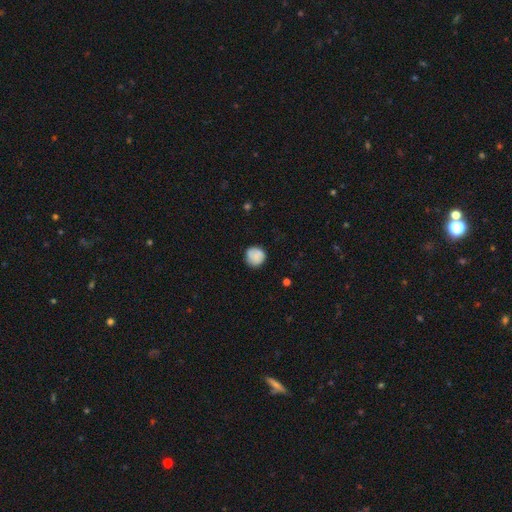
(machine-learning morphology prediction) Smooth or featured? smooth (81%)
How rounded? round (90%)
Merging? none (78%)